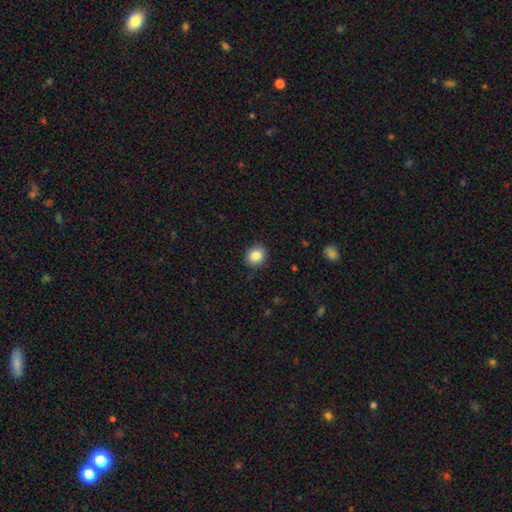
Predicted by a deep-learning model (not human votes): Morphology: type=smooth (85%); roundness=round (74%); merging=none (88%).